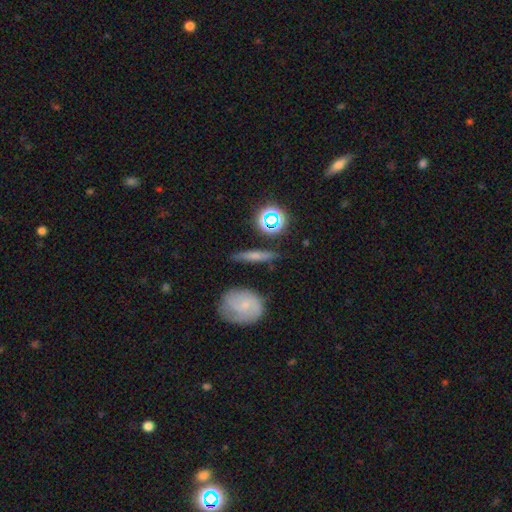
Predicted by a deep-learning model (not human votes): Q: Smooth or featured?
A: smooth (51%); runner-up: featured or disk (37%)
Q: How rounded?
A: cigar-shaped (71%); runner-up: in between (17%)
Q: Merging?
A: none (82%); runner-up: minor disturbance (12%)